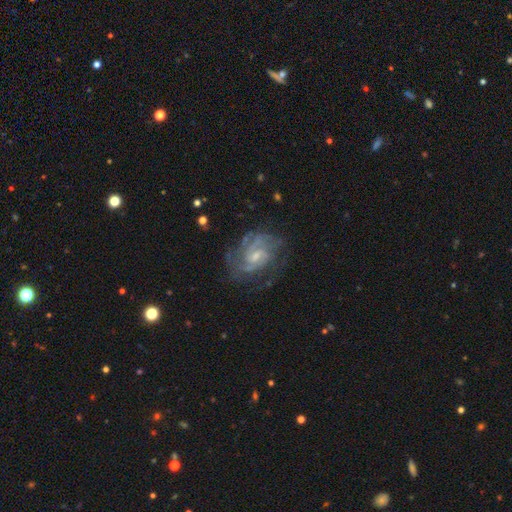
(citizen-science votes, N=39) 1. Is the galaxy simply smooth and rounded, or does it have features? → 92% featured or disk, 5% smooth, 3% star or artifact.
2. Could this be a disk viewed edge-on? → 100% no, 0% yes.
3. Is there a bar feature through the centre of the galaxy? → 56% weak, 39% no, 6% strong.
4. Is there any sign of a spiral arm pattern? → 92% yes, 8% no.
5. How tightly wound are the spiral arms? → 55% tight, 42% medium, 3% loose.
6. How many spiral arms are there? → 36% 3, 21% can't tell, 18% 4, 15% 2, 9% more than 4, 0% 1.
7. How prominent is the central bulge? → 53% small, 36% moderate, 11% none, 0% dominant, 0% large.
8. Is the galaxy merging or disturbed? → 61% none, 21% minor disturbance, 18% major disturbance, 0% merger.